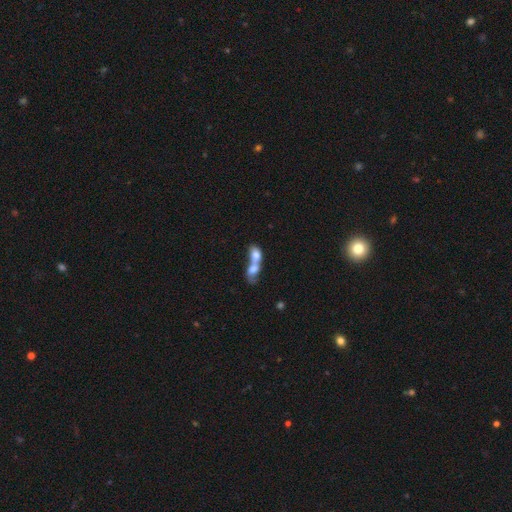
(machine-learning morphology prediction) This appears to be a smooth galaxy with no disk features (69%) that is in between round and cigar-shaped (69%). Merging: merger (84%).